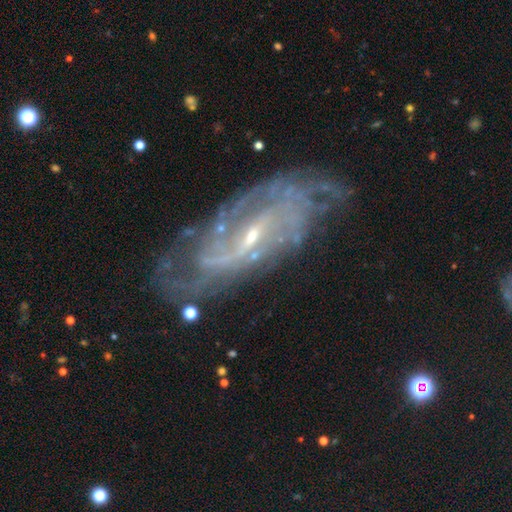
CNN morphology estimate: type=featured or disk (87%); edge-on=no (91%); bar=weak (45%); spiral arms=yes (92%); winding=tight (43%); arm count=can't tell (38%); bulge=small (78%); merging=none (65%).